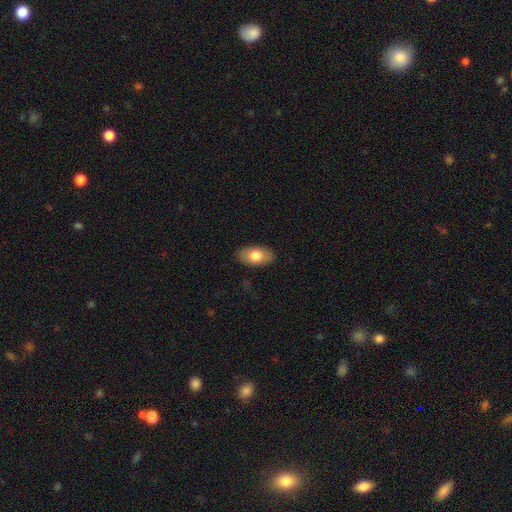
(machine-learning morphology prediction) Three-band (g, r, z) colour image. It shows a smooth galaxy with no disk features (77%) that is in between round and cigar-shaped (93%). Merging: none (87%).